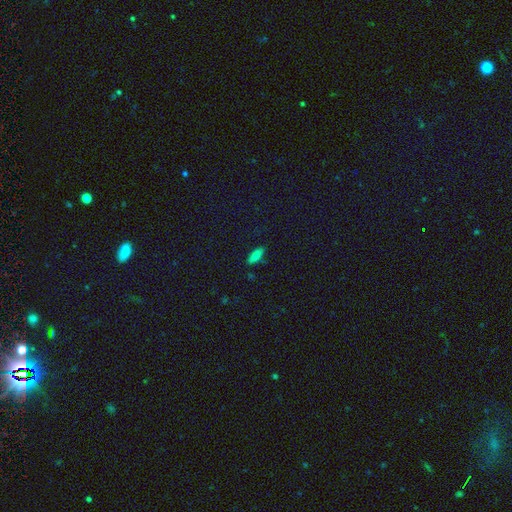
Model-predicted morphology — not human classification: smooth_or_featured: smooth (p=0.75) [alt: featured or disk p=0.14]
how_rounded: in between (p=0.72) [alt: cigar-shaped p=0.25]
merging: none (p=0.82) [alt: minor disturbance p=0.14]